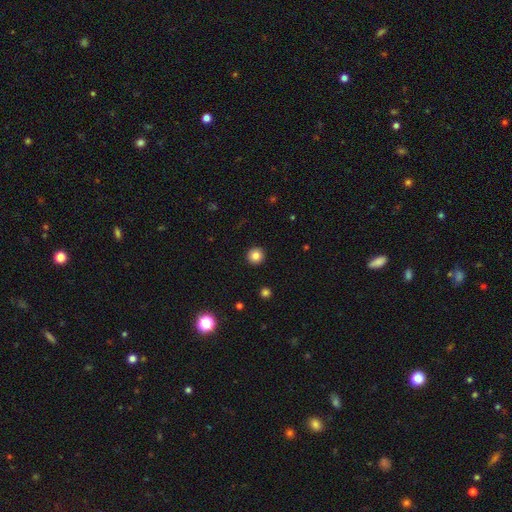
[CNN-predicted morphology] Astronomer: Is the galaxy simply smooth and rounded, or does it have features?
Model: smooth — 84%.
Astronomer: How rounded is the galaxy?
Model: round — 95%.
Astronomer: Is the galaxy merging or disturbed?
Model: none — 93%.